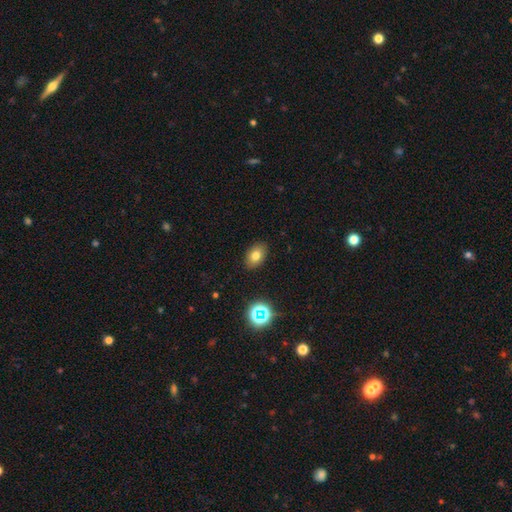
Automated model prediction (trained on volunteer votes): Smooth or featured? Predicted: smooth (p=0.75). How rounded? Predicted: in between (p=0.82). Merging? Predicted: none (p=0.88).